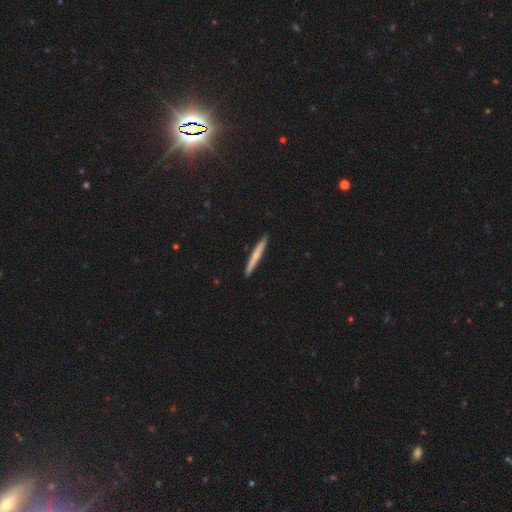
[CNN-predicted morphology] smooth_or_featured: smooth (p=0.65) [alt: featured or disk p=0.30]
how_rounded: cigar-shaped (p=0.97) [alt: in between p=0.02]
merging: none (p=0.92) [alt: minor disturbance p=0.06]